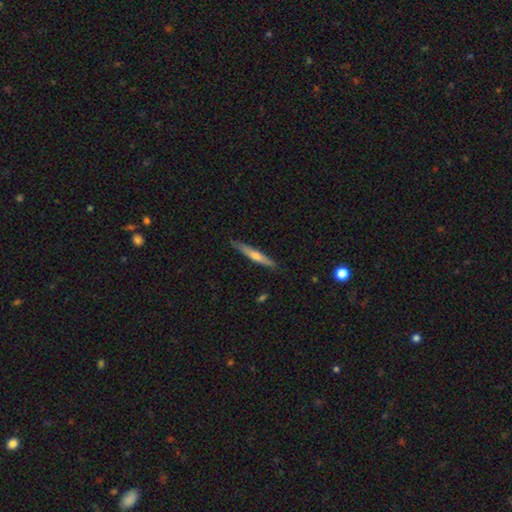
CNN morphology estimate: The model was most divided on "smooth or featured": featured or disk: 52%, smooth: 42%, star or artifact: 6%. More confident: edge-on disk — yes (95%); merging — none (87%).